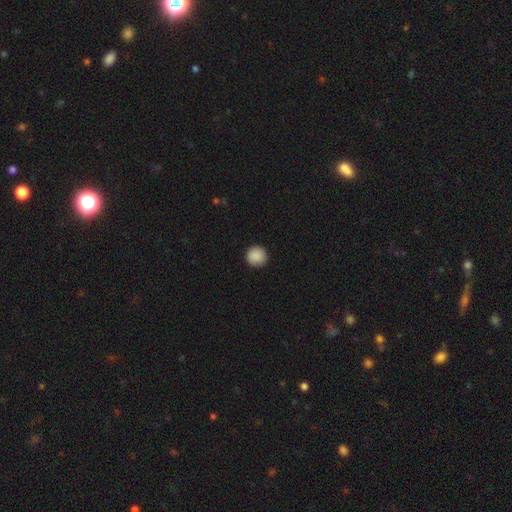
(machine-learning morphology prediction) Smooth or featured: smooth — 89% (star or artifact — 8%)
How rounded: round — 95% (in between — 4%)
Merging: none — 91% (minor disturbance — 6%)